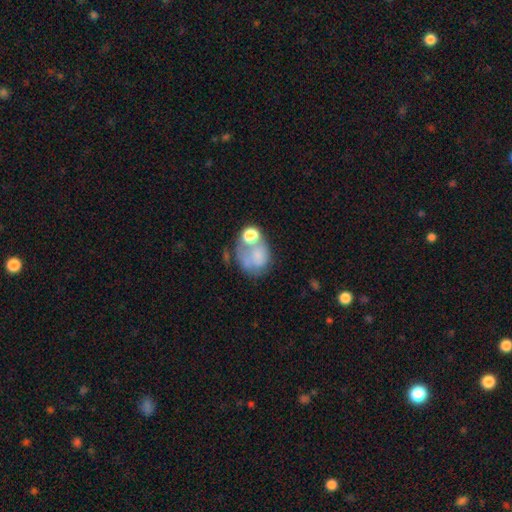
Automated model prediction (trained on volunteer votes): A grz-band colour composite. It shows a smooth galaxy with no disk features (57%) that is round (55%). Merging: merger (31%).